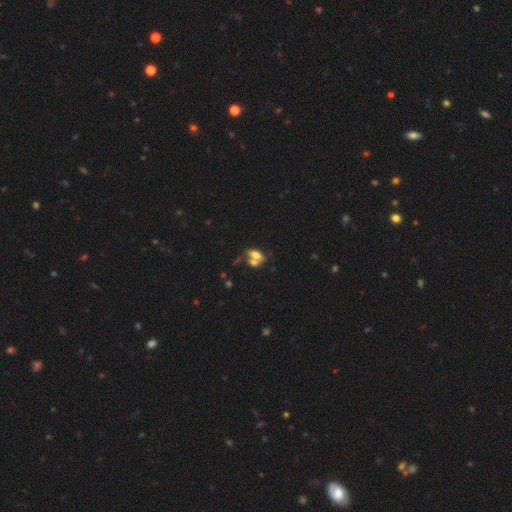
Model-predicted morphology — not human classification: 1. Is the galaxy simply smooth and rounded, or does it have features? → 57% smooth, 30% featured or disk, 13% star or artifact.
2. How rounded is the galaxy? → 80% in between, 11% round, 9% cigar-shaped.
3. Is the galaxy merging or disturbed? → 55% merger, 27% none, 10% minor disturbance, 8% major disturbance.